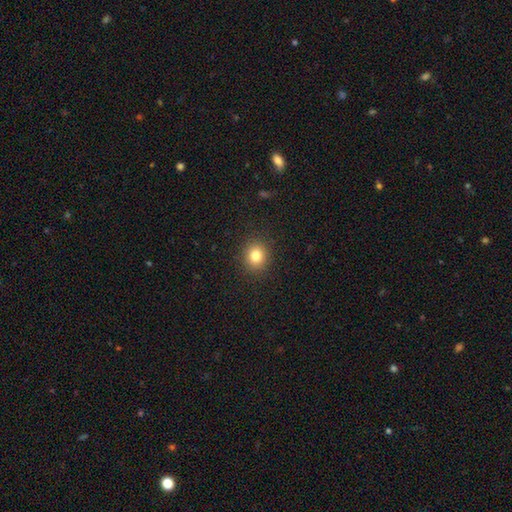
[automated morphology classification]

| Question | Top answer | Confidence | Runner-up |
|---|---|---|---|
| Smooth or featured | smooth | 82% | star or artifact (11%) |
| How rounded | round | 78% | in between (21%) |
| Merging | none | 90% | minor disturbance (7%) |